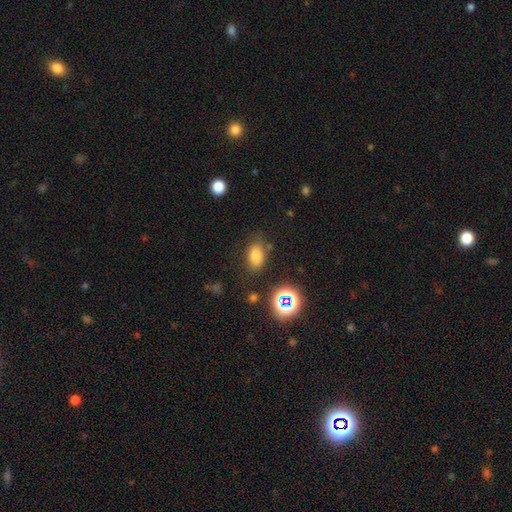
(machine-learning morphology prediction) smooth-or-featured: smooth: 75% | star or artifact: 17% | featured or disk: 8%
  how-rounded: in between: 85% | round: 13% | cigar-shaped: 2%
  merging: none: 75% | minor disturbance: 16% | major disturbance: 6% | merger: 4%